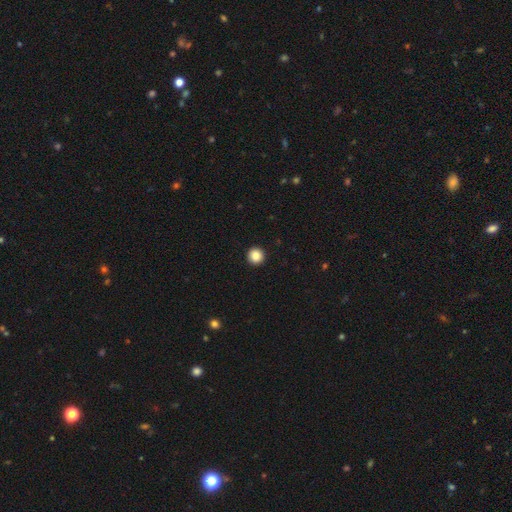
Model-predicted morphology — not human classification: Q: Smooth or featured?
A: smooth (87%); runner-up: star or artifact (9%)
Q: How rounded?
A: round (96%); runner-up: in between (3%)
Q: Merging?
A: none (94%); runner-up: minor disturbance (4%)